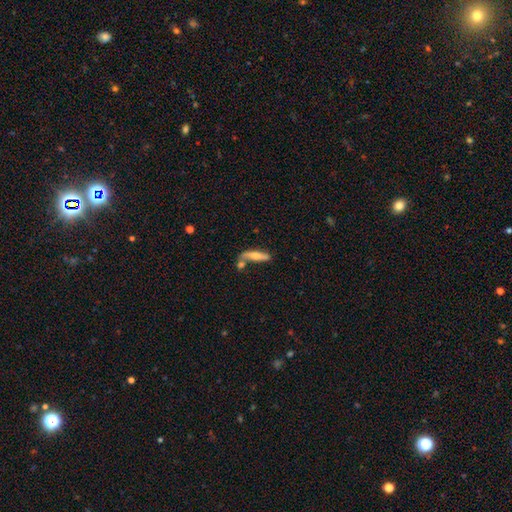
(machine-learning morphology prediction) A smooth galaxy with no disk features (53%) that is cigar-shaped (73%). Merging: none (51%).